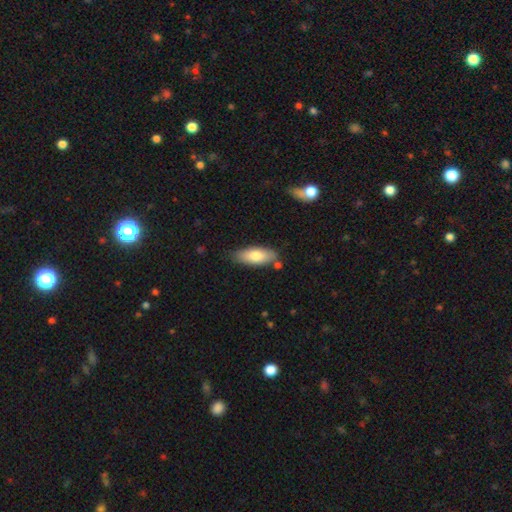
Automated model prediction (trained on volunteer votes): smooth-or-featured: smooth: 76% | featured or disk: 18% | star or artifact: 6%
  how-rounded: in between: 72% | cigar-shaped: 25% | round: 2%
  merging: none: 77% | minor disturbance: 15% | merger: 5% | major disturbance: 3%